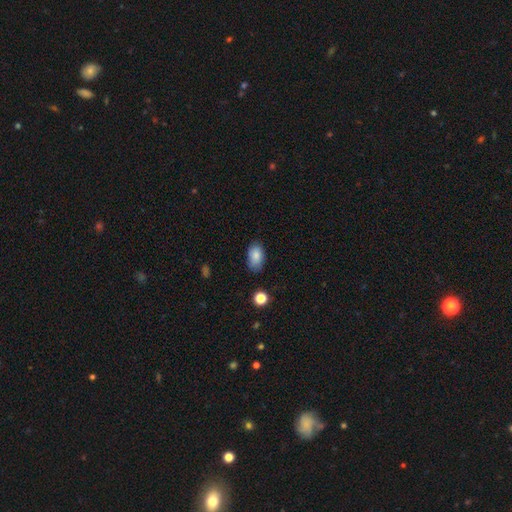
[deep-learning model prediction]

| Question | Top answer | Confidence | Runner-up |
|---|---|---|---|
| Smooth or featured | smooth | 85% | star or artifact (8%) |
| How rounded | in between | 92% | round (7%) |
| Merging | none | 79% | minor disturbance (16%) |